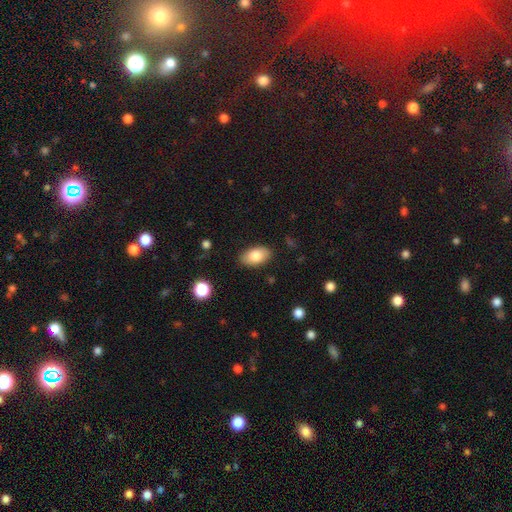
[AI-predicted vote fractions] Morphology: type=smooth (82%); roundness=in between (93%); merging=none (87%).